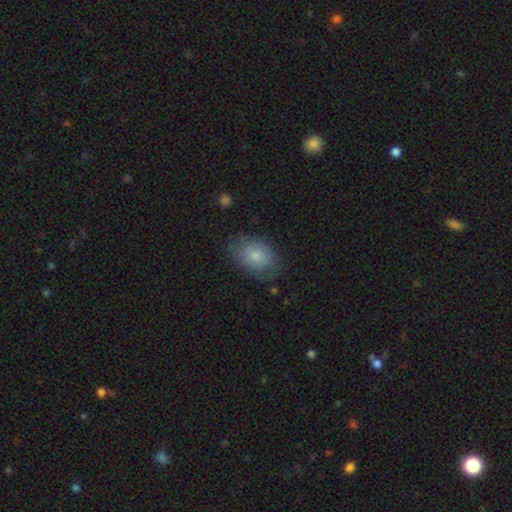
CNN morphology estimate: type=smooth (72%); roundness=in between (78%); merging=none (71%).